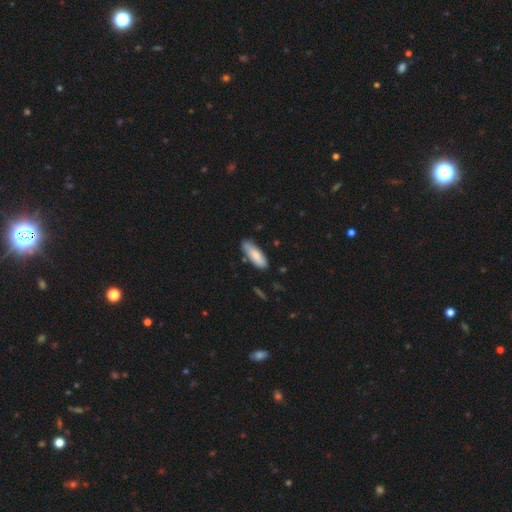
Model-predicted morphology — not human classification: Smooth or featured? smooth (81%)
How rounded? in between (58%)
Merging? none (75%)